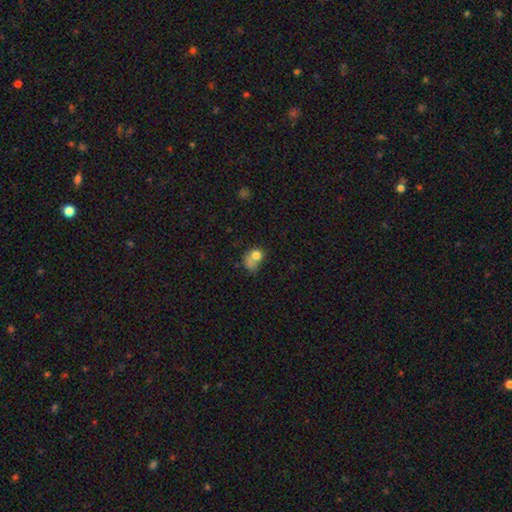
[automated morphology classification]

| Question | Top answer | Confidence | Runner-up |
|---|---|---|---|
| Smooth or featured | smooth | 73% | featured or disk (16%) |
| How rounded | round | 57% | in between (42%) |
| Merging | merger | 33% | none (27%) |